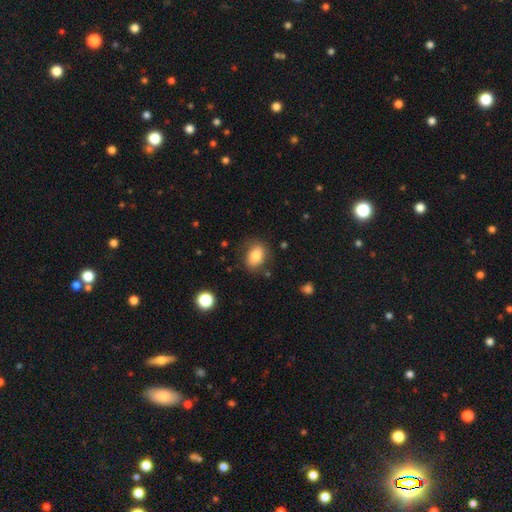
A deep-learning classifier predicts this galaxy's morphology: A smooth galaxy with no disk features (80%) that is in between round and cigar-shaped (77%). Merging: none (78%).